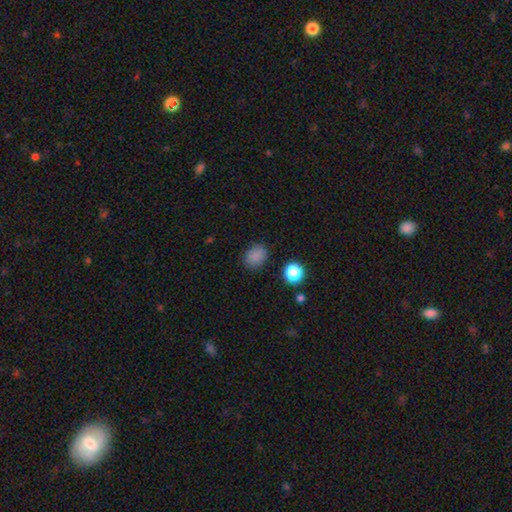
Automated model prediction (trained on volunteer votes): This is clearly a smooth galaxy (84%). How rounded: possibly in between (52%). Merging: clearly none (83%).